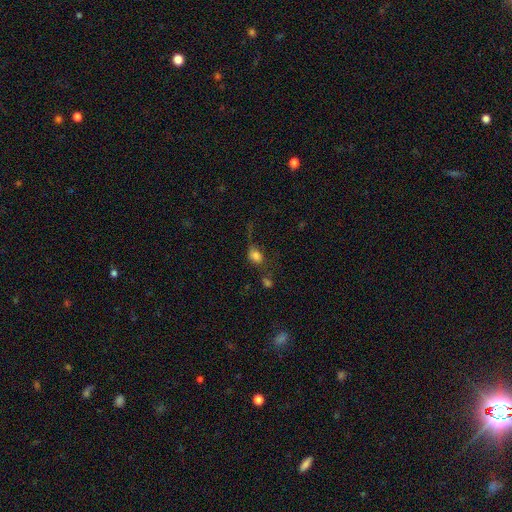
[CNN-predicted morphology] This is likely a smooth galaxy (74%). How rounded: likely in between (63%). Merging: marginally none (35%).